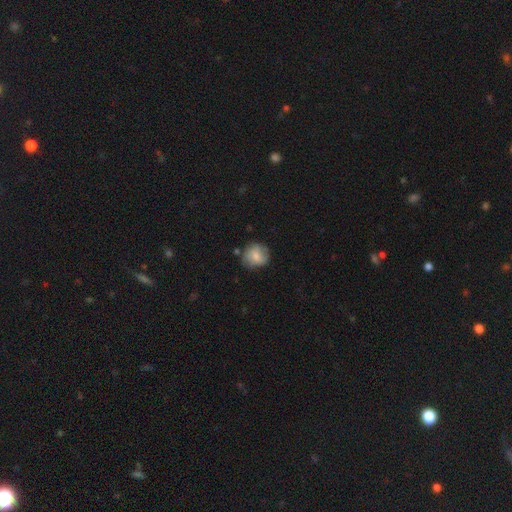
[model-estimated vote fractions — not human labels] smooth_or_featured: smooth (p=0.67) [alt: featured or disk p=0.25]
how_rounded: round (p=0.83) [alt: in between p=0.16]
merging: none (p=0.70) [alt: minor disturbance p=0.21]